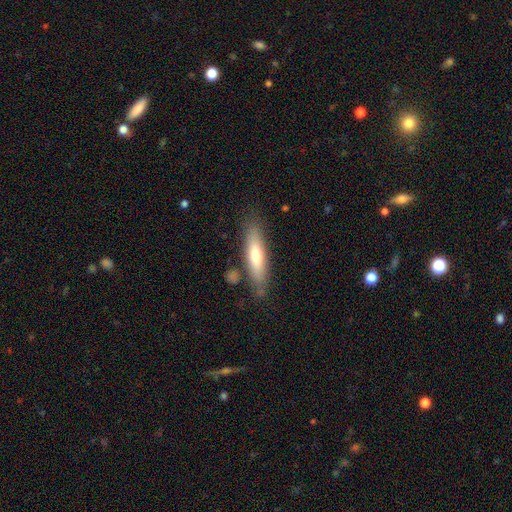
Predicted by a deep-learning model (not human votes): Smooth or featured? smooth (61%)
How rounded? cigar-shaped (74%)
Merging? none (79%)